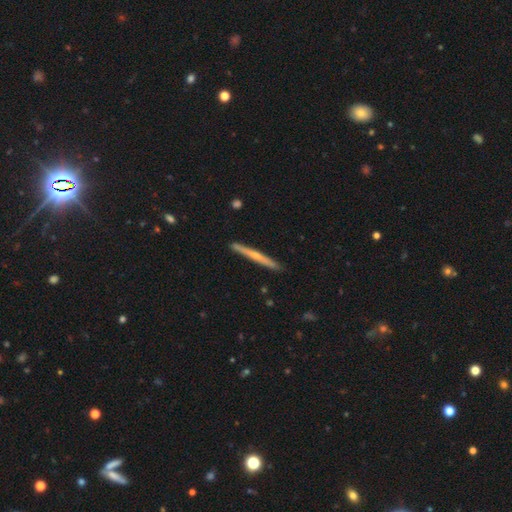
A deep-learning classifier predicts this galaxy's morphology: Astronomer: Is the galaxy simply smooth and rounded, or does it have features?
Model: featured or disk — 61%.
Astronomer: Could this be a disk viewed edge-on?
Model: yes — 97%.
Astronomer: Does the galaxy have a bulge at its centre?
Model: rounded — 61%.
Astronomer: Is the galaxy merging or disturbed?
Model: none — 90%.